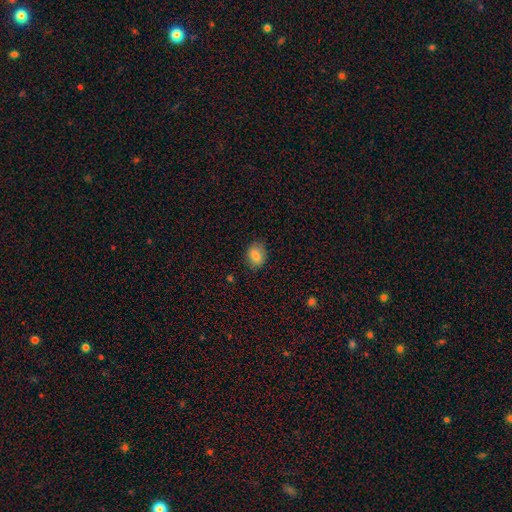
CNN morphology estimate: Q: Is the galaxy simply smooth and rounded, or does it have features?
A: smooth — 81%.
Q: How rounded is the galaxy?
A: in between — 60%.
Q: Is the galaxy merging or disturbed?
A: none — 82%.